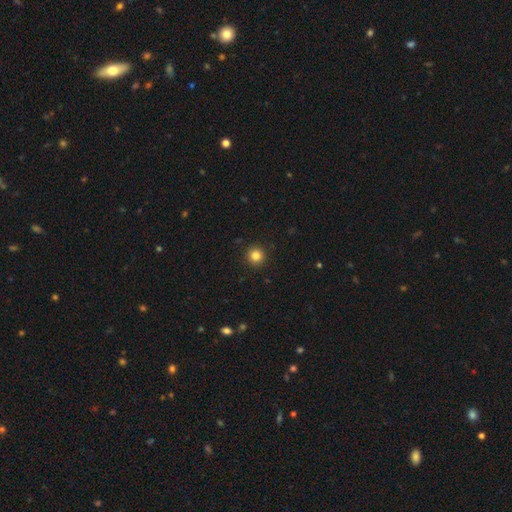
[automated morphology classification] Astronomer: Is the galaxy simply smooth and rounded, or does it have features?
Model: smooth — 83%.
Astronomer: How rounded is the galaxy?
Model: round — 96%.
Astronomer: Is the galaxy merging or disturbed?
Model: none — 93%.